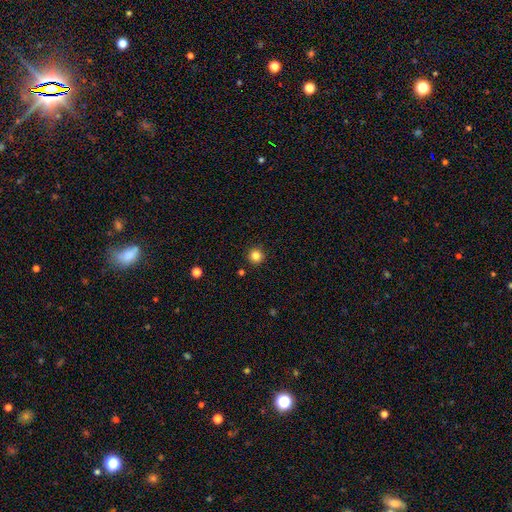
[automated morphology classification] smooth 83%, star or artifact 12%, featured or disk 4%. Down the decision tree: how rounded — round (95%); merging — none (92%).